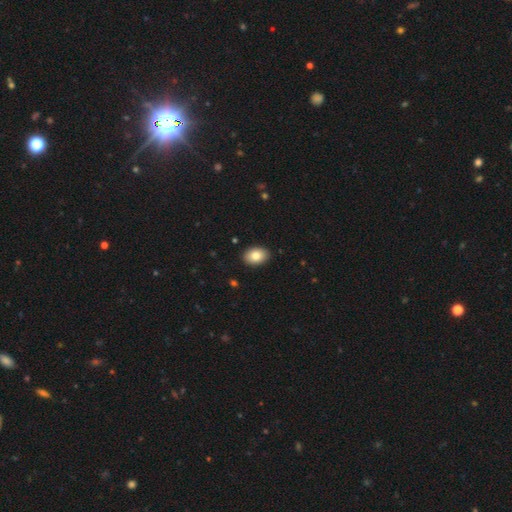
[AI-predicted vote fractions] Overall: smooth (84%). How rounded: in between (83%). Merging: none (90%).